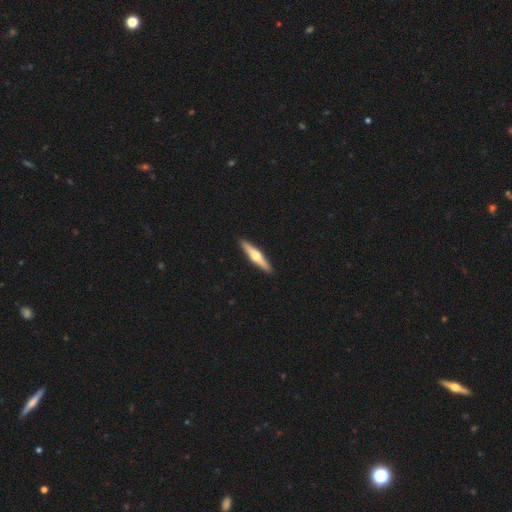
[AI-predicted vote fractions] Q: Smooth or featured?
A: featured or disk (63%); runner-up: smooth (32%)
Q: Edge-on disk?
A: yes (97%); runner-up: no (3%)
Q: Edge-on bulge?
A: rounded (95%); runner-up: none (3%)
Q: Merging?
A: none (92%); runner-up: minor disturbance (5%)